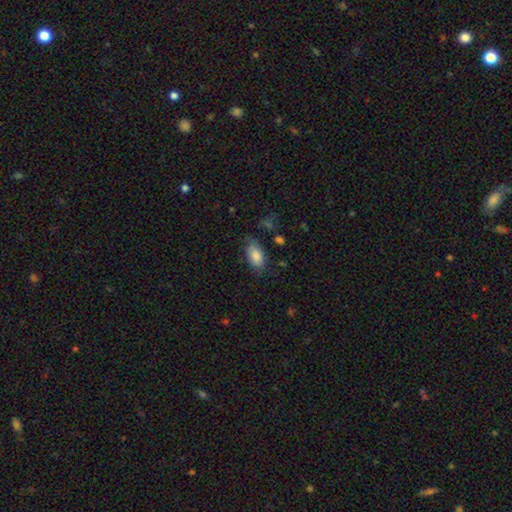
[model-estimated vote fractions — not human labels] Smooth or featured? smooth (80%)
How rounded? in between (92%)
Merging? none (64%)